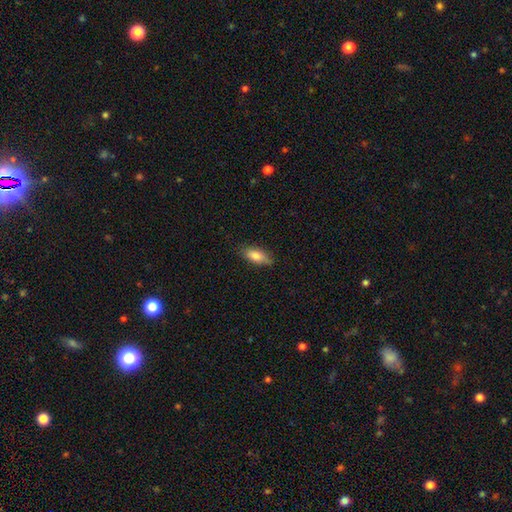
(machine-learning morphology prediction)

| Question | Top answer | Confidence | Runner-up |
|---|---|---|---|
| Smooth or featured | smooth | 80% | featured or disk (13%) |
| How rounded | in between | 76% | cigar-shaped (22%) |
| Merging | none | 79% | minor disturbance (17%) |